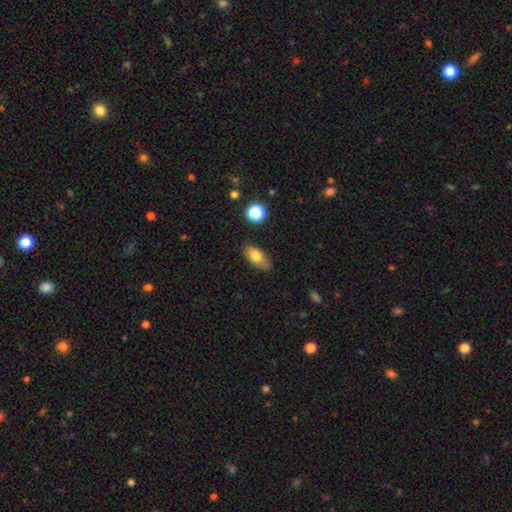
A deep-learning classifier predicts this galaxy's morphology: Smooth or featured?
  - smooth: 78% *
  - featured or disk: 14%
  - star or artifact: 8%
How rounded?
  - in between: 88% *
  - round: 6%
  - cigar-shaped: 6%
Merging?
  - none: 80% *
  - minor disturbance: 15%
  - major disturbance: 3%
  - merger: 2%